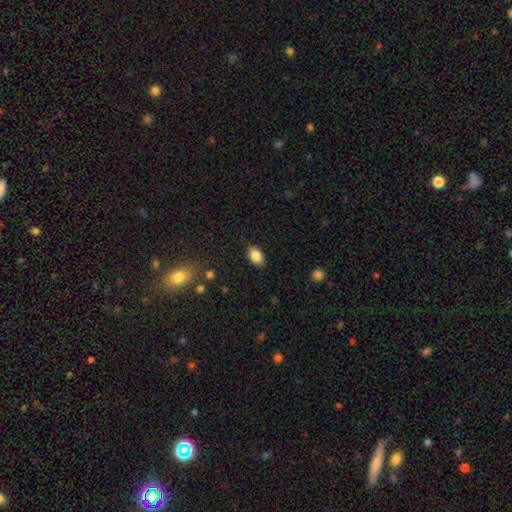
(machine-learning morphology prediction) The model was most divided on "merging": none: 86%, minor disturbance: 10%, major disturbance: 2%, merger: 1%. More confident: how rounded — in between (91%); smooth or featured — smooth (85%).